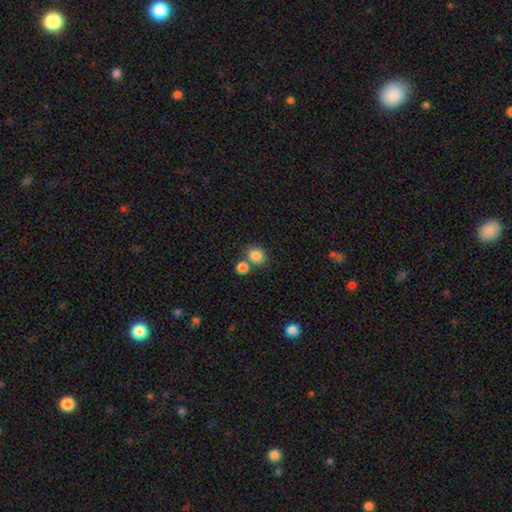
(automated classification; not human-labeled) The model was most divided on "merging": none: 59%, merger: 29%, minor disturbance: 9%, major disturbance: 3%. More confident: smooth or featured — smooth (85%); how rounded — round (72%).